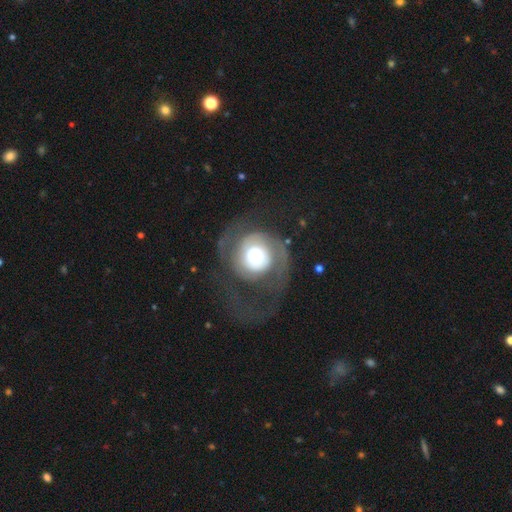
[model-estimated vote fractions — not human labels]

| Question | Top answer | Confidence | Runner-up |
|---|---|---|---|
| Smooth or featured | featured or disk | 65% | smooth (28%) |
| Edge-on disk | no | 97% | yes (3%) |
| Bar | no | 82% | weak (14%) |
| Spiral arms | yes | 75% | no (25%) |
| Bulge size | moderate | 47% | large (31%) |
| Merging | major disturbance | 43% | none (41%) |